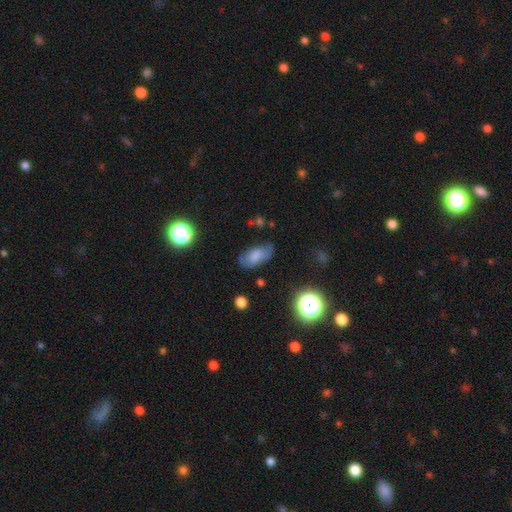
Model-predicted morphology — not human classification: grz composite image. It shows a smooth galaxy with no disk features (68%) that is in between round and cigar-shaped (91%). Merging: none (62%).